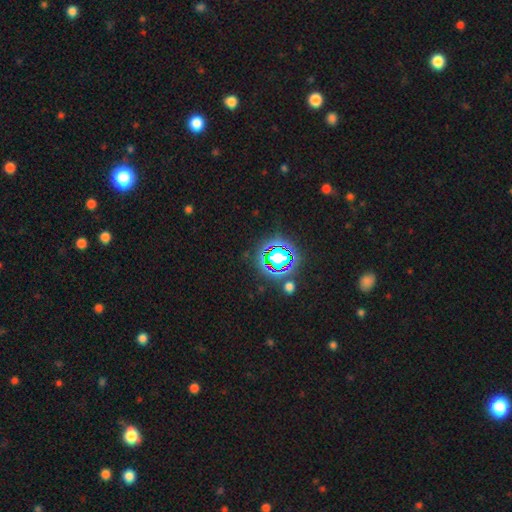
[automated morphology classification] A star or artifact, not a galaxy (80%).

Vote fractions:
- Smooth or featured? star or artifact: 80% / smooth: 12% / featured or disk: 7%